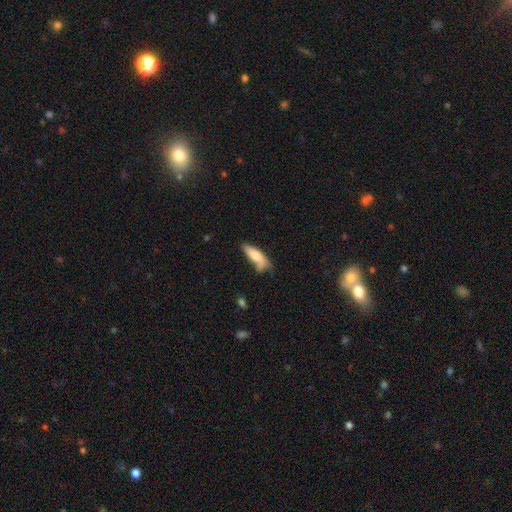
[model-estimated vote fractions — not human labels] Morphology: type=smooth (74%); roundness=in between (50%); merging=none (45%).